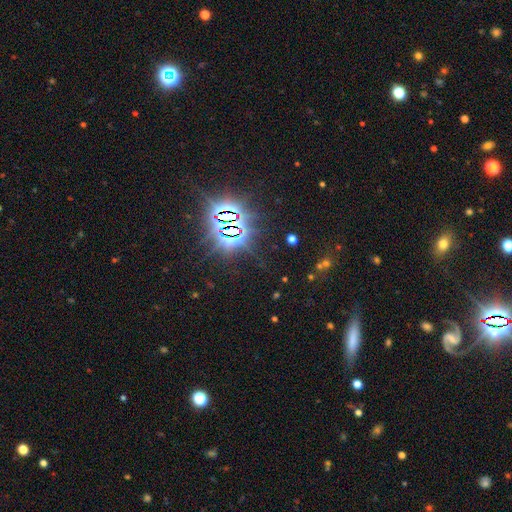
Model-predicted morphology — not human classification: star or artifact 82%, smooth 10%, featured or disk 8%.